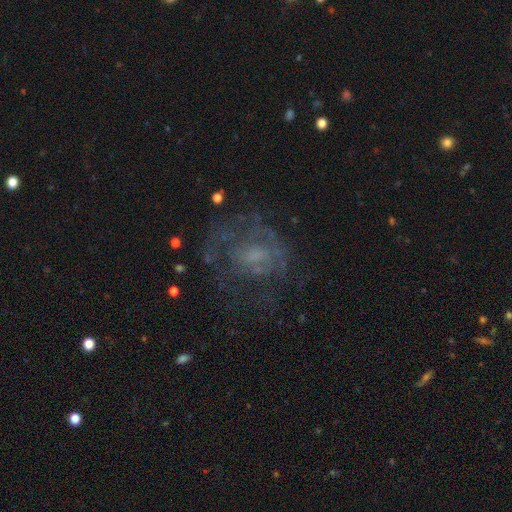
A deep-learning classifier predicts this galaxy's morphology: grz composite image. It shows a featured or disk galaxy (59%) with no bar (70%), no spiral arms (56%) and a small central bulge (34%). Merging: none (50%).